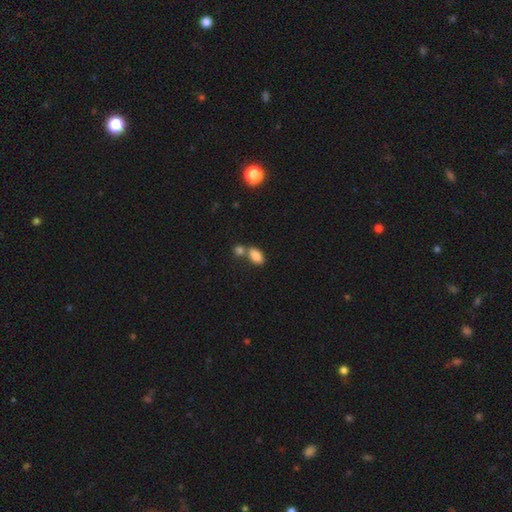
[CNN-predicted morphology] smooth_or_featured: smooth (p=0.84) [alt: star or artifact p=0.09]
how_rounded: in between (p=0.90) [alt: round p=0.07]
merging: none (p=0.46) [alt: merger p=0.40]